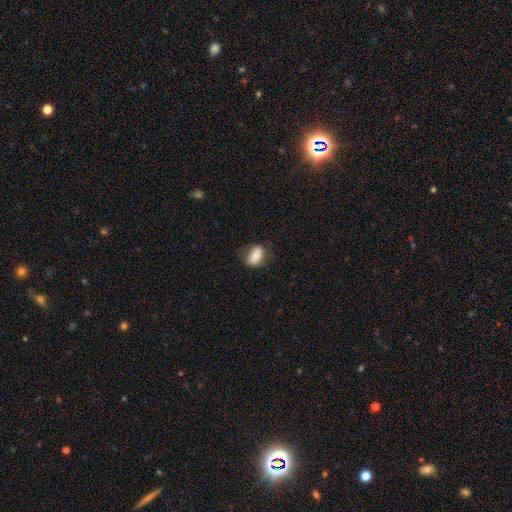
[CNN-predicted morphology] The model was most divided on "smooth or featured": smooth: 66%, featured or disk: 27%, star or artifact: 8%. More confident: how rounded — in between (80%); merging — none (62%).